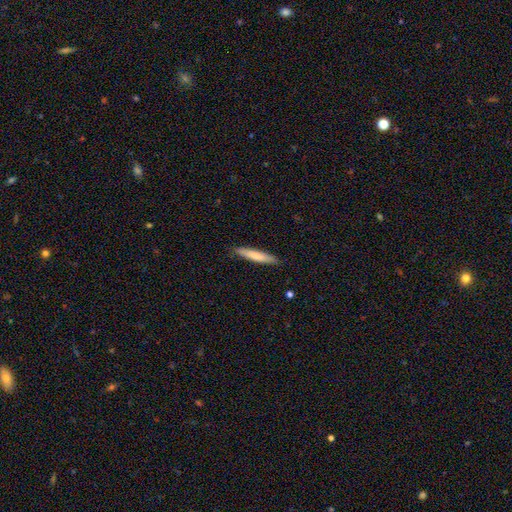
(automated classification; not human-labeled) Smooth or featured? smooth (74%)
How rounded? cigar-shaped (93%)
Merging? none (88%)